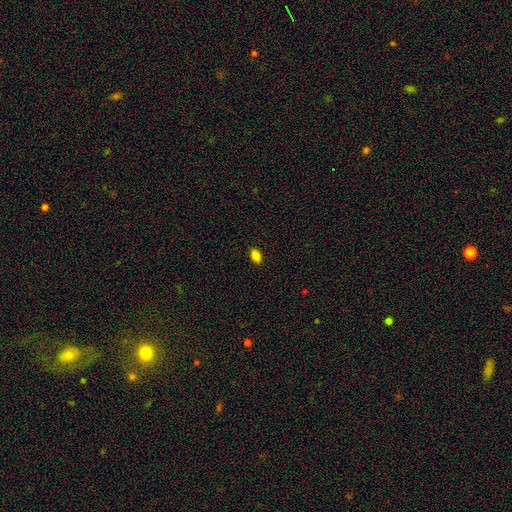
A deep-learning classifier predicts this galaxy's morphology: Smooth or featured: smooth — 86% (star or artifact — 10%)
How rounded: in between — 90% (round — 7%)
Merging: none — 89% (minor disturbance — 8%)